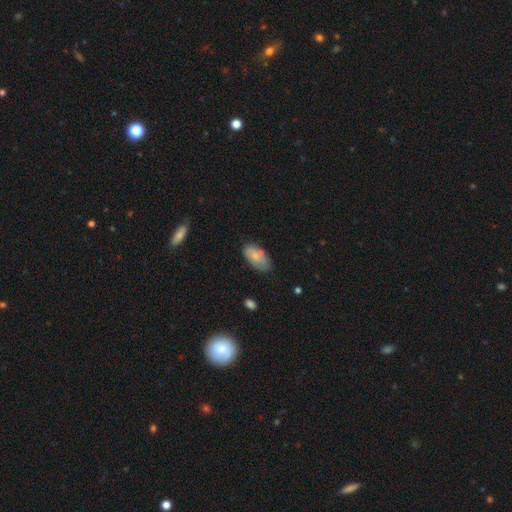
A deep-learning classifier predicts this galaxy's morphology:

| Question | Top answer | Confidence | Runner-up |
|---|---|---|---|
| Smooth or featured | smooth | 71% | featured or disk (23%) |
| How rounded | in between | 93% | cigar-shaped (4%) |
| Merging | none | 63% | minor disturbance (25%) |